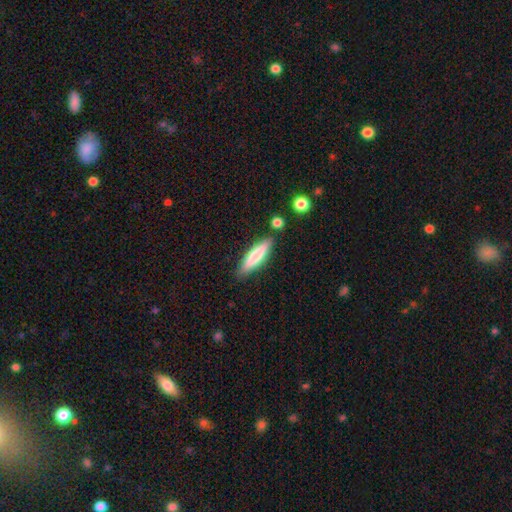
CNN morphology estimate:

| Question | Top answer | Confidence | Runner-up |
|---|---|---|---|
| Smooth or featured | smooth | 71% | featured or disk (23%) |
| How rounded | cigar-shaped | 75% | in between (23%) |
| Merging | none | 81% | minor disturbance (12%) |